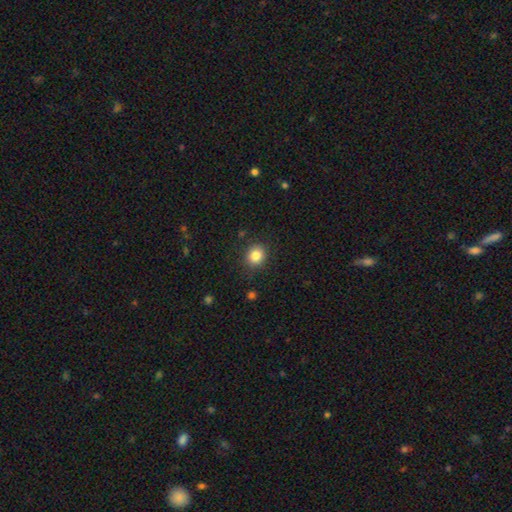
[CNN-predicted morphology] The model was most divided on "how rounded": round: 77%, in between: 22%, cigar-shaped: 1%. More confident: merging — none (87%); smooth or featured — smooth (84%).